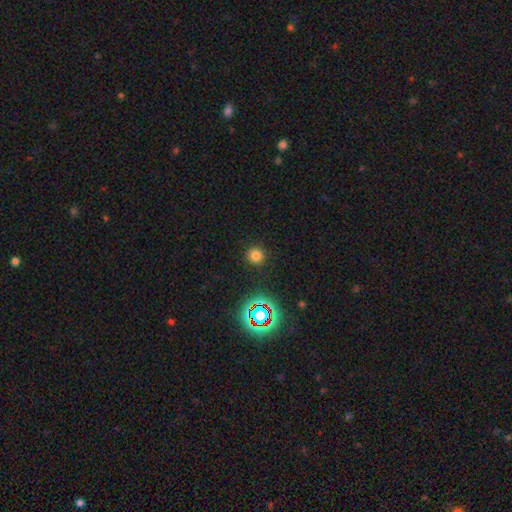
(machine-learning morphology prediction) This is likely a smooth galaxy (75%). How rounded: clearly round (93%). Merging: clearly none (89%).